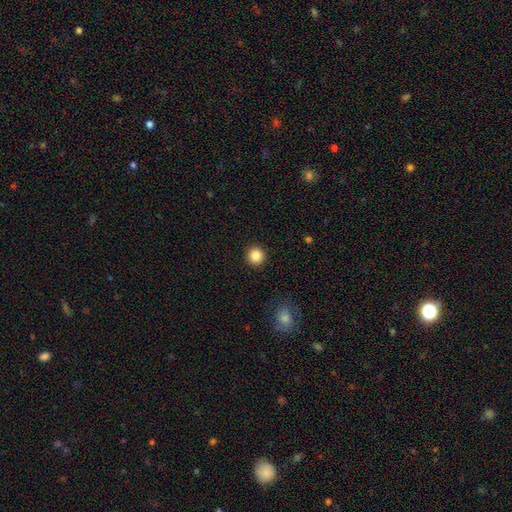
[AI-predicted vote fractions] This is clearly a smooth galaxy (85%). How rounded: clearly round (95%). Merging: clearly none (93%).